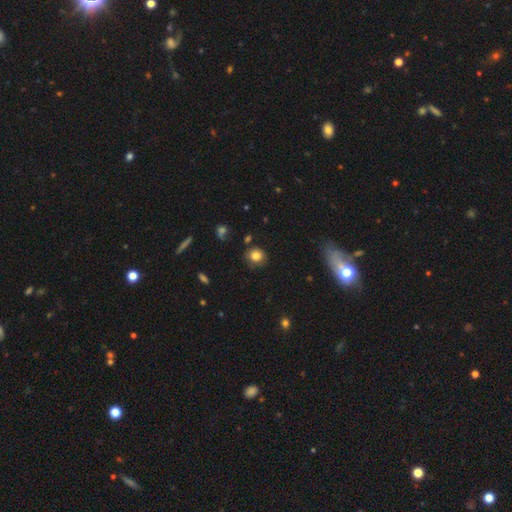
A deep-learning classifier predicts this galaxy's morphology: Smooth or featured?
  - smooth: 81% *
  - star or artifact: 11%
  - featured or disk: 8%
How rounded?
  - round: 78% *
  - in between: 21%
  - cigar-shaped: 1%
Merging?
  - none: 78% *
  - minor disturbance: 15%
  - major disturbance: 4%
  - merger: 3%